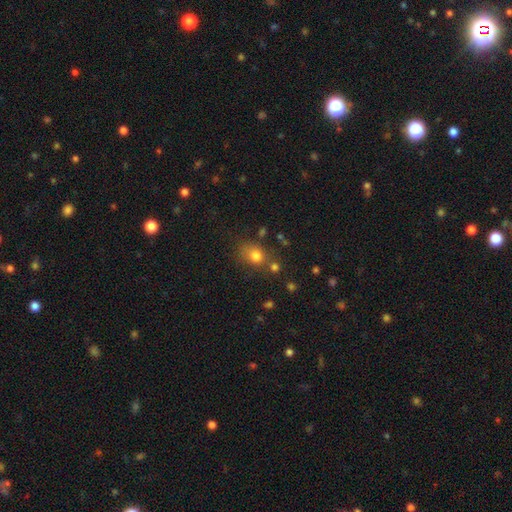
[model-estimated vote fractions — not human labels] Smooth or featured: smooth — 78% (star or artifact — 13%)
How rounded: round — 54% (in between — 44%)
Merging: none — 62% (minor disturbance — 18%)